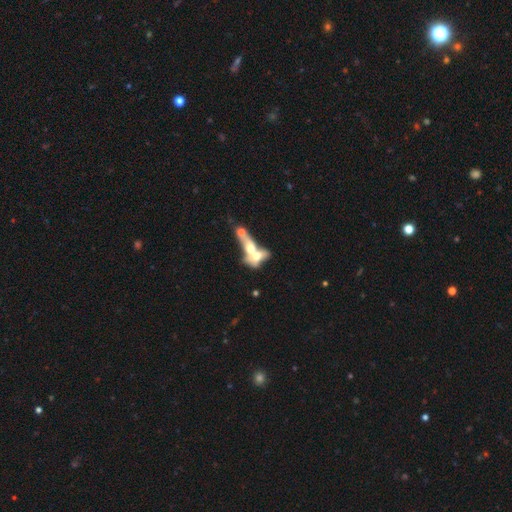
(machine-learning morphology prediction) Smooth or featured: smooth — 48% (featured or disk — 42%)
Merging: merger — 78% (none — 9%)